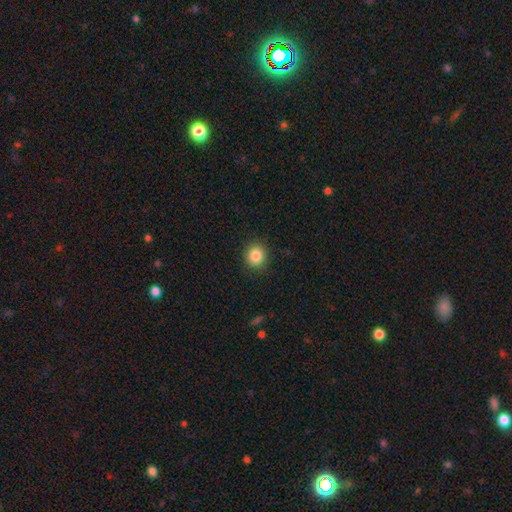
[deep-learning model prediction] This appears to be a smooth galaxy with no disk features (85%) that is round (83%). Merging: none (90%).